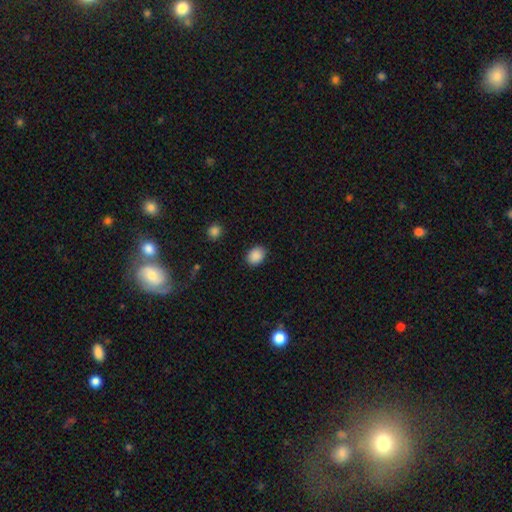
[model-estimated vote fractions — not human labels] The model was most divided on "how rounded": in between: 54%, round: 45%, cigar-shaped: 1%. More confident: smooth or featured — smooth (89%); merging — none (88%).